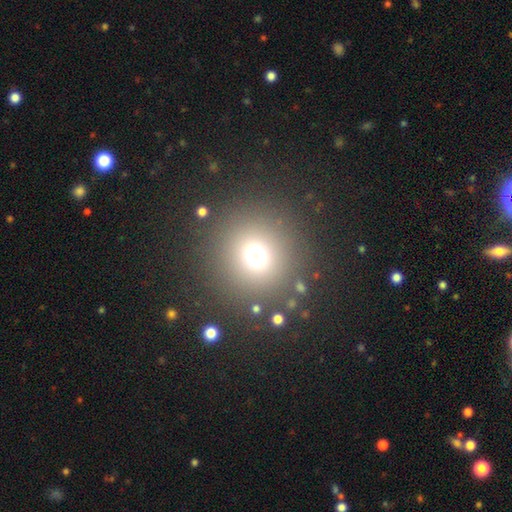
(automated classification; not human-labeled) Smooth or featured?
  - smooth: 69% *
  - star or artifact: 22%
  - featured or disk: 8%
How rounded?
  - round: 93% *
  - in between: 6%
  - cigar-shaped: 1%
Merging?
  - none: 85% *
  - minor disturbance: 6%
  - major disturbance: 5%
  - merger: 4%